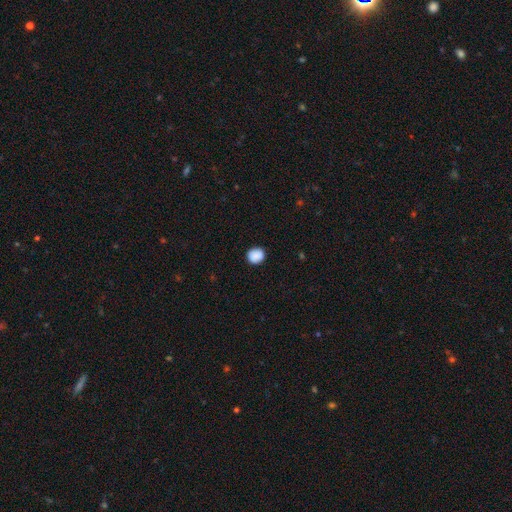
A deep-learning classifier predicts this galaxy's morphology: Overall: smooth (88%). How rounded: round (82%). Merging: none (87%).